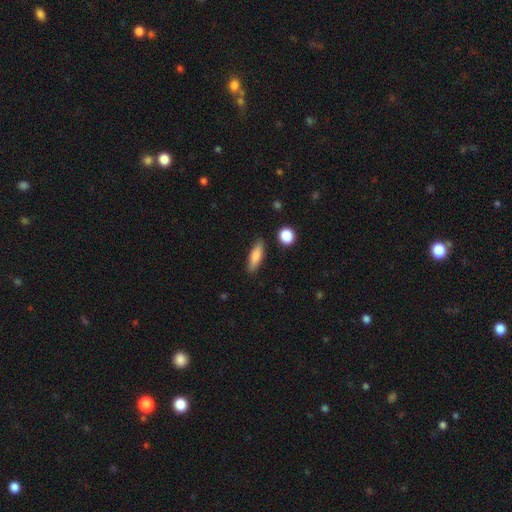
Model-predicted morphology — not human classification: A smooth galaxy with no disk features (79%) that is in between round and cigar-shaped (51%).

Vote fractions:
- Smooth or featured? smooth: 79% / featured or disk: 14% / star or artifact: 7%
- How rounded? in between: 51% / cigar-shaped: 46% / round: 3%
- Merging? none: 85% / minor disturbance: 10% / major disturbance: 2% / merger: 2%